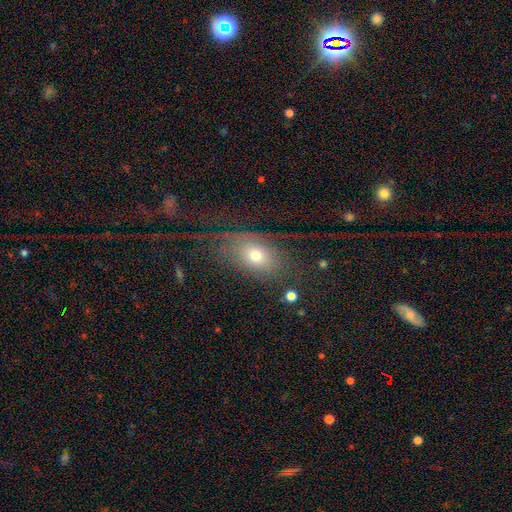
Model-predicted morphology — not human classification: The model was most divided on "smooth or featured": smooth: 48%, featured or disk: 39%, star or artifact: 12%. More confident: merging — none (50%).